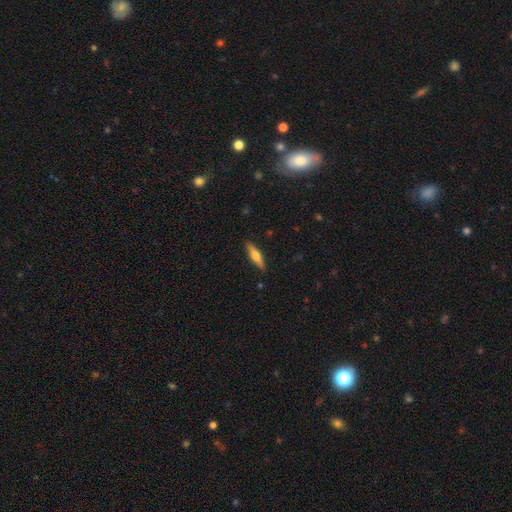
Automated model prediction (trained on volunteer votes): smooth_or_featured: smooth (p=0.47) [tied with: featured or disk p=0.47]
merging: none (p=0.89) [alt: minor disturbance p=0.08]